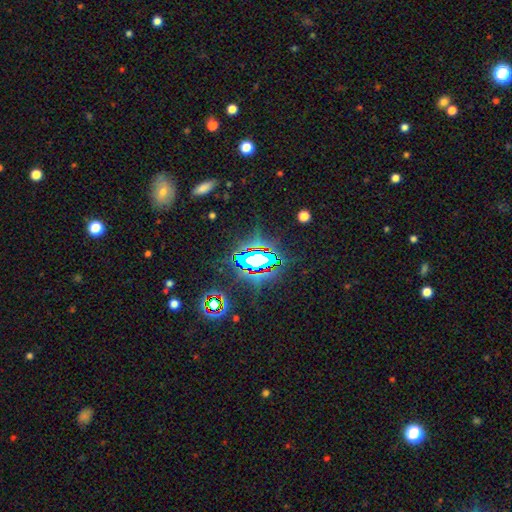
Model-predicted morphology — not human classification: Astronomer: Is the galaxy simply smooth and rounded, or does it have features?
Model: star or artifact — 73%.